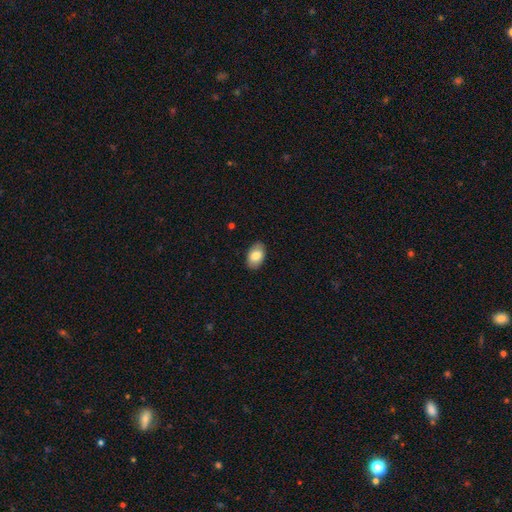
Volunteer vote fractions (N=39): Morphology: type=smooth (77%); roundness=in between (100%); merging=none (89%).